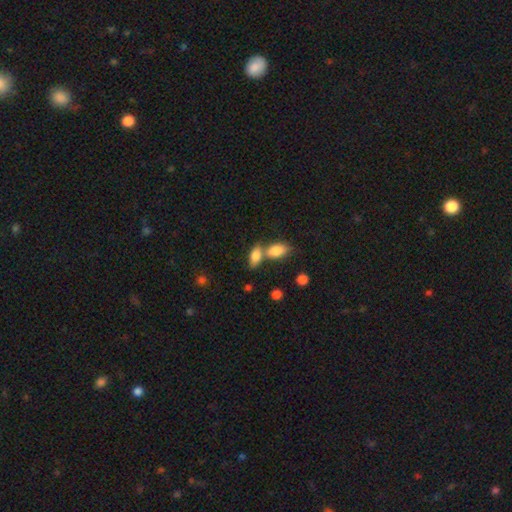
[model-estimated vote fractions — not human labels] Smooth or featured: smooth — 81% (featured or disk — 11%)
How rounded: in between — 87% (cigar-shaped — 7%)
Merging: merger — 47% (none — 39%)